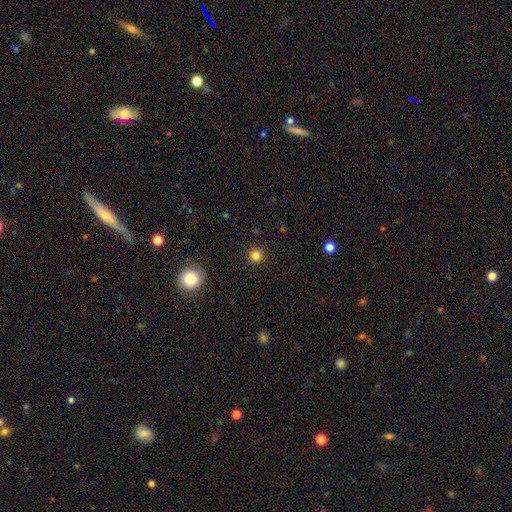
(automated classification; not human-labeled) smooth-or-featured: smooth: 82% | star or artifact: 13% | featured or disk: 5%
  how-rounded: round: 94% | in between: 5% | cigar-shaped: 1%
  merging: none: 91% | minor disturbance: 6% | major disturbance: 2% | merger: 1%